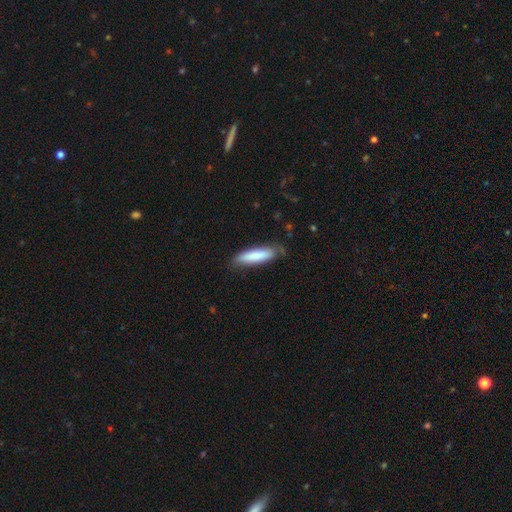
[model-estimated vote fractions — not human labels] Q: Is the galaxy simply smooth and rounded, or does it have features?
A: smooth — 83%.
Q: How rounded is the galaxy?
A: cigar-shaped — 74%.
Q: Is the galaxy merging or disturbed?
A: none — 76%.